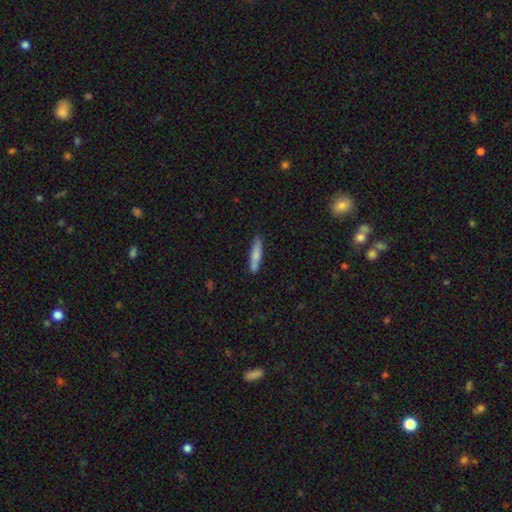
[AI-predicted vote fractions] Smooth or featured?
  - smooth: 74% *
  - featured or disk: 20%
  - star or artifact: 6%
How rounded?
  - cigar-shaped: 87% *
  - in between: 12%
  - round: 1%
Merging?
  - none: 82% *
  - minor disturbance: 12%
  - merger: 3%
  - major disturbance: 2%